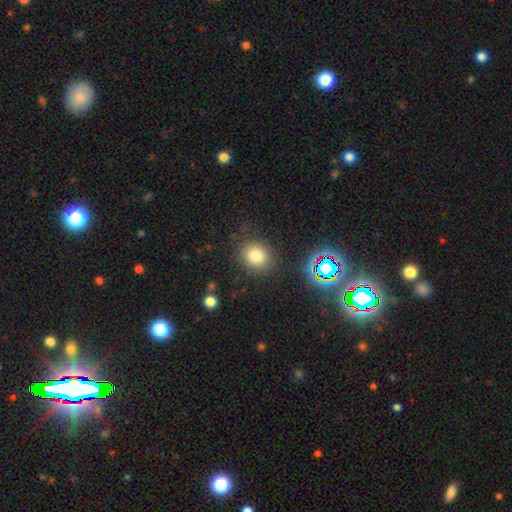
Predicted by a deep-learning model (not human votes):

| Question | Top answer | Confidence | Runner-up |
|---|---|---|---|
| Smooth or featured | smooth | 77% | star or artifact (14%) |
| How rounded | round | 73% | in between (26%) |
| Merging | none | 81% | minor disturbance (11%) |